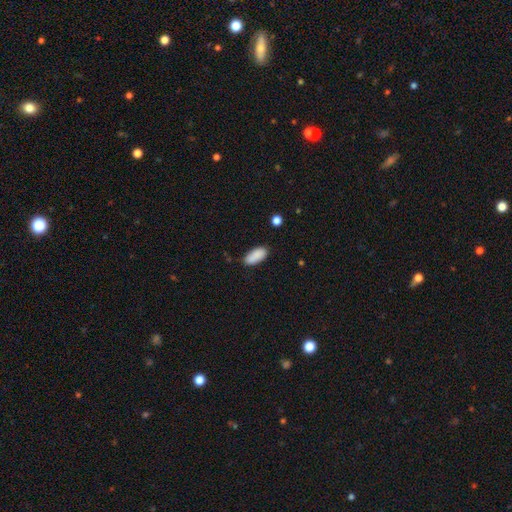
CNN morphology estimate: The model was most divided on "merging": none: 79%, minor disturbance: 15%, major disturbance: 3%, merger: 2%. More confident: smooth or featured — smooth (89%); how rounded — in between (88%).